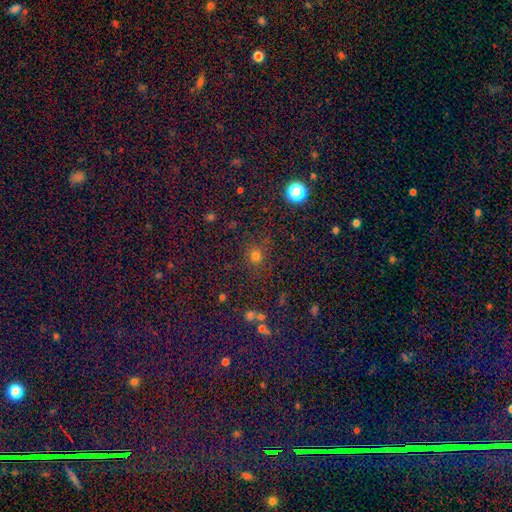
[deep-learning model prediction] Smooth or featured? smooth (67%)
How rounded? round (91%)
Merging? none (84%)